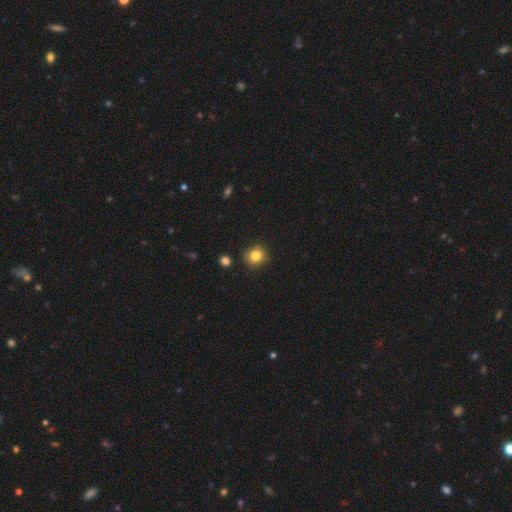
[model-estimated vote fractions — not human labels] This appears to be a smooth galaxy with no disk features (83%) that is round (88%). Merging: none (86%).